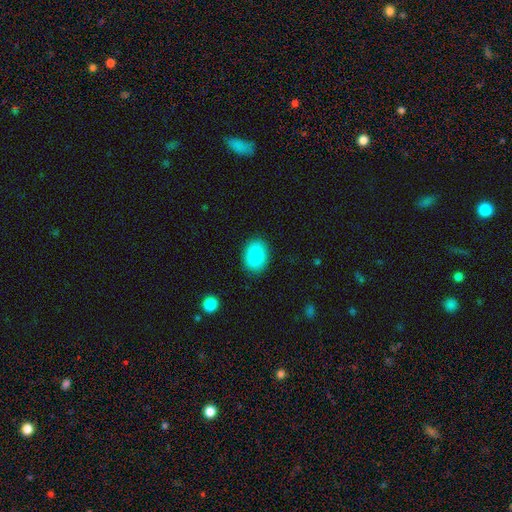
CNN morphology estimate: Overall: smooth (88%). How rounded: in between (69%; round 30%). Merging: none (87%).